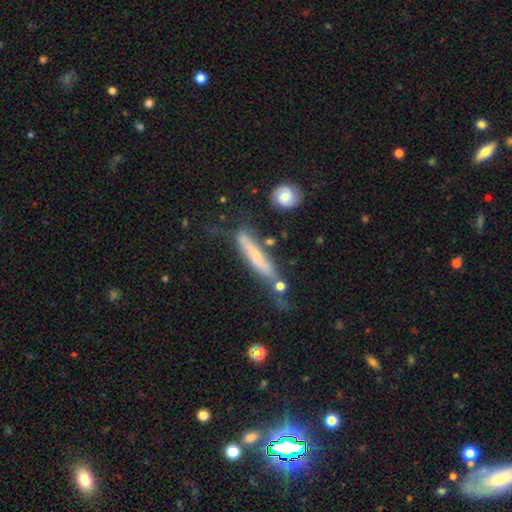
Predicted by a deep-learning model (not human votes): smooth_or_featured: smooth (p=0.52) [alt: featured or disk p=0.41]
how_rounded: cigar-shaped (p=0.90) [alt: in between p=0.08]
merging: none (p=0.58) [alt: minor disturbance p=0.23]